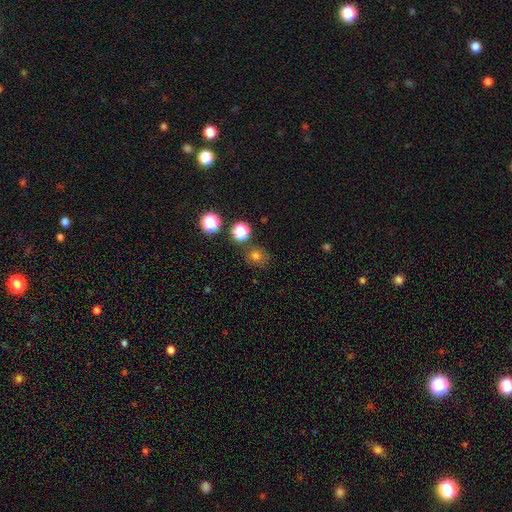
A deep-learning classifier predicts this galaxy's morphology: smooth_or_featured: smooth (p=0.72) [alt: star or artifact p=0.21]
how_rounded: round (p=0.77) [alt: in between p=0.22]
merging: none (p=0.76) [alt: minor disturbance p=0.13]